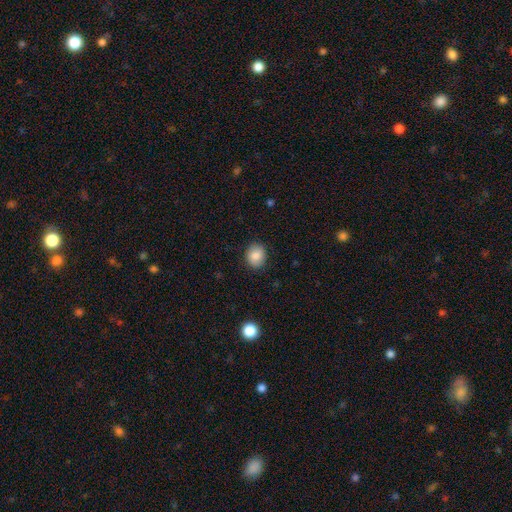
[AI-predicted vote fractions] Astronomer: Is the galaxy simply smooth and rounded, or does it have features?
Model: smooth — 85%.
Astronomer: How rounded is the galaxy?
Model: round — 66%.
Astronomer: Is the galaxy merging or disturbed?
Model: none — 87%.